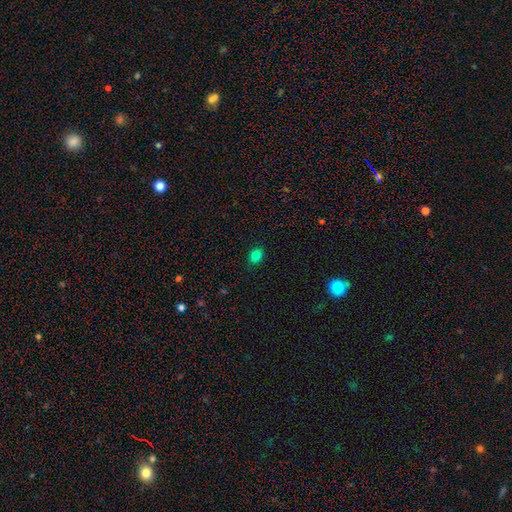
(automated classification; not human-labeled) Smooth or featured? Predicted: smooth (p=0.82). How rounded? Predicted: in between (p=0.63). Merging? Predicted: none (p=0.87).